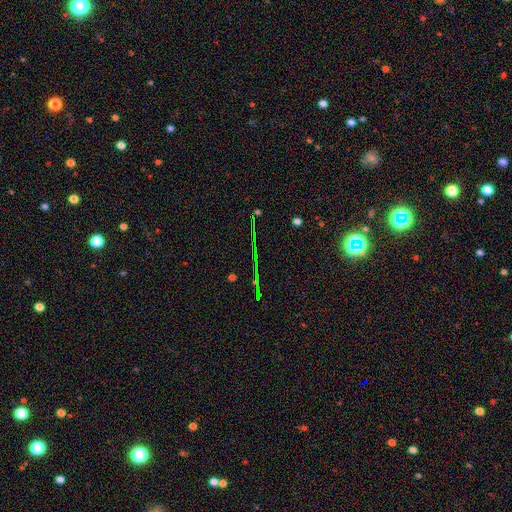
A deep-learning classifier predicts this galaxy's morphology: This appears to be a star or artifact, not a galaxy (75%).